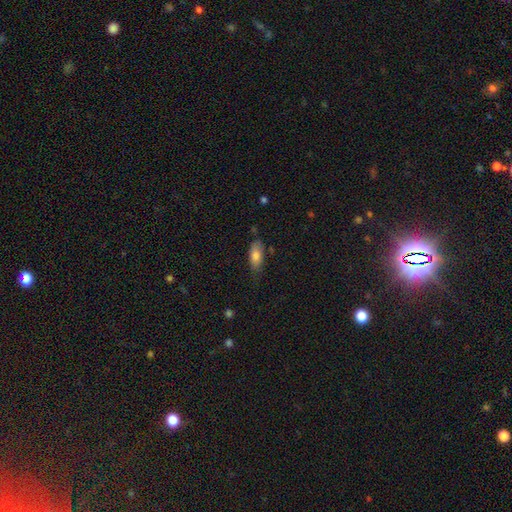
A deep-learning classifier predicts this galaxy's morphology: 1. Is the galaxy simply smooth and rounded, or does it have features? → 78% smooth, 15% featured or disk, 7% star or artifact.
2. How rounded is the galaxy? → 83% in between, 15% cigar-shaped, 3% round.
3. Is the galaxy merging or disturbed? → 68% none, 25% minor disturbance, 5% major disturbance, 3% merger.